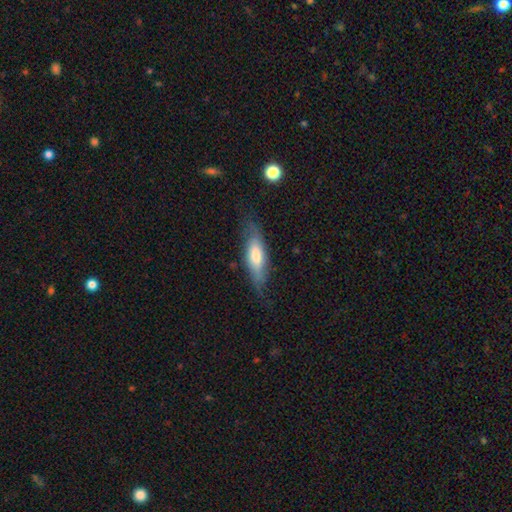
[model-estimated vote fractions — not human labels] Q: Smooth or featured?
A: smooth (58%); runner-up: featured or disk (35%)
Q: How rounded?
A: cigar-shaped (49%); tied with: in between (49%)
Q: Merging?
A: none (68%); runner-up: minor disturbance (23%)